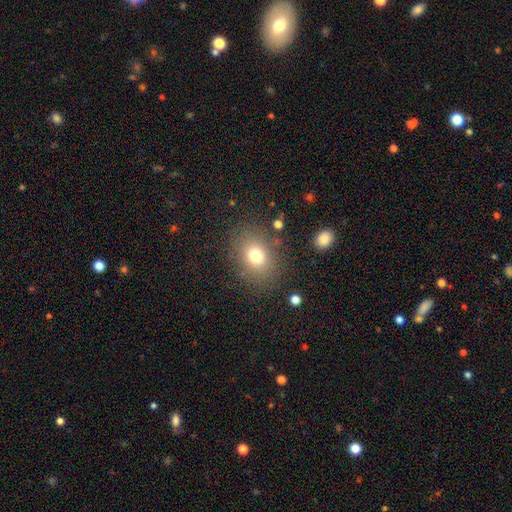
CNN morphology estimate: Smooth or featured? smooth (75%)
How rounded? round (51%)
Merging? none (82%)